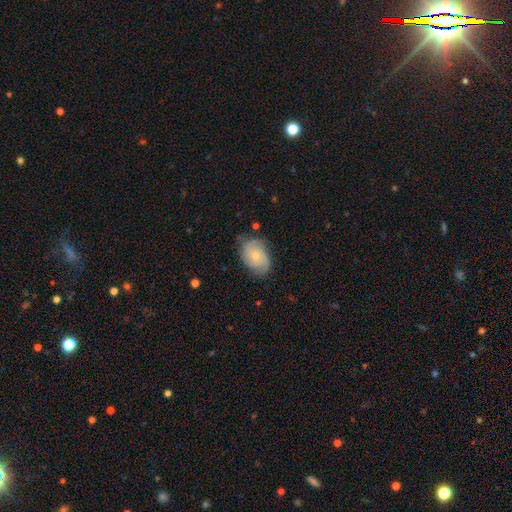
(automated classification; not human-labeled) Morphology: type=featured or disk (62%); edge-on=no (97%); bar=no (78%); spiral arms=yes (91%); winding=tight (51%); arm count=2 (41%); bulge=small (67%); merging=none (68%).